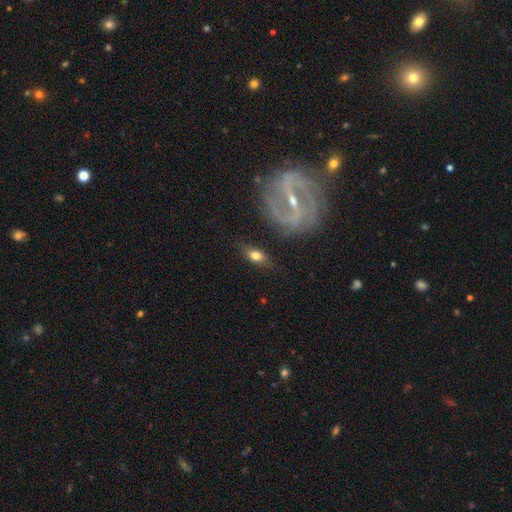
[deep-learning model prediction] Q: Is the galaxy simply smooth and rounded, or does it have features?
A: smooth — 66%.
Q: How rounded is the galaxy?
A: in between — 82%.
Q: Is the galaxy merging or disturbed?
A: none — 73%.